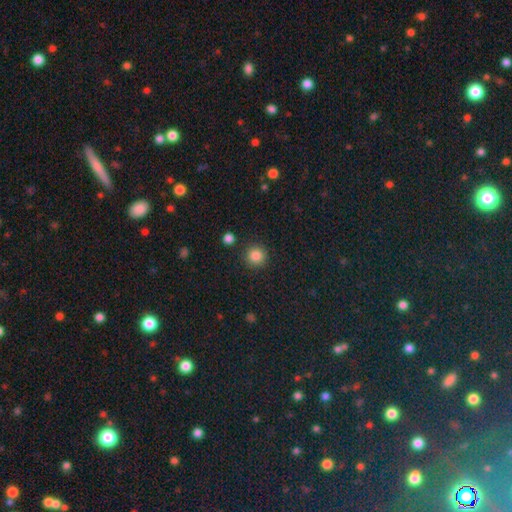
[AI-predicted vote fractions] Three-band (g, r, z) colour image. It shows a smooth galaxy with no disk features (84%) that is round (94%). Merging: none (89%).